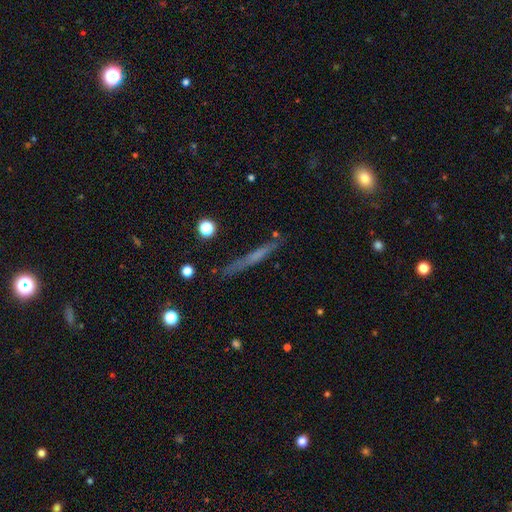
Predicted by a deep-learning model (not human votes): smooth-or-featured: smooth: 45% | featured or disk: 44% | star or artifact: 11%
  merging: none: 82% | minor disturbance: 12% | major disturbance: 3% | merger: 2%